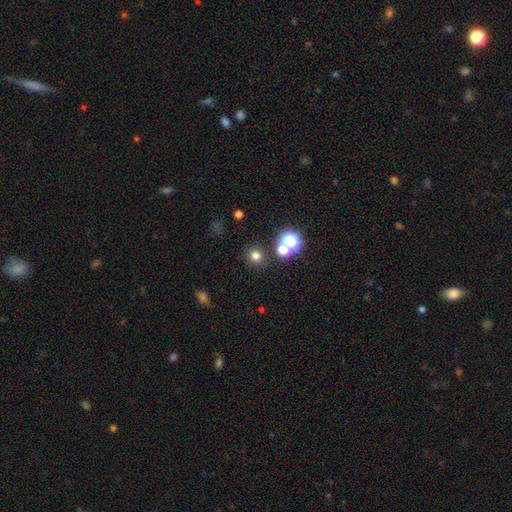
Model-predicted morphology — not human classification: smooth-or-featured: smooth: 72% | star or artifact: 21% | featured or disk: 6%
  how-rounded: round: 93% | in between: 6% | cigar-shaped: 1%
  merging: none: 82% | merger: 8% | minor disturbance: 7% | major disturbance: 3%